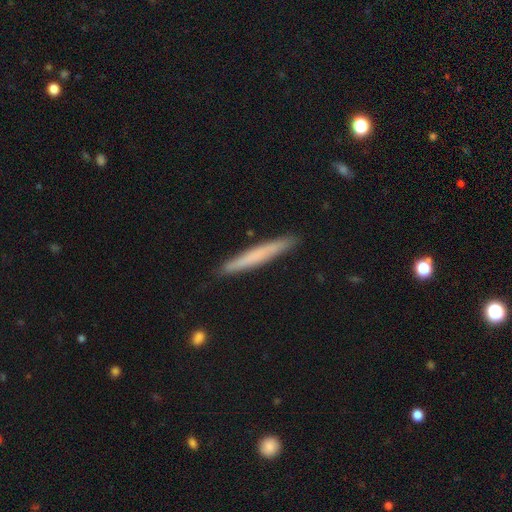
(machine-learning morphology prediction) type=smooth (63%); roundness=cigar-shaped (96%); merging=none (89%).